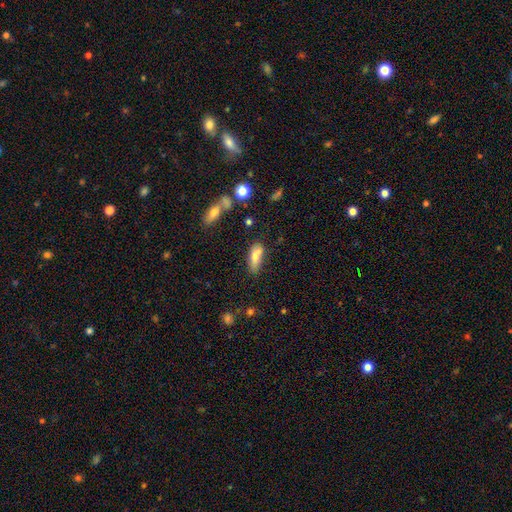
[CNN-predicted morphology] This is likely a smooth galaxy (73%). How rounded: likely in between (72%). Merging: possibly none (47%).